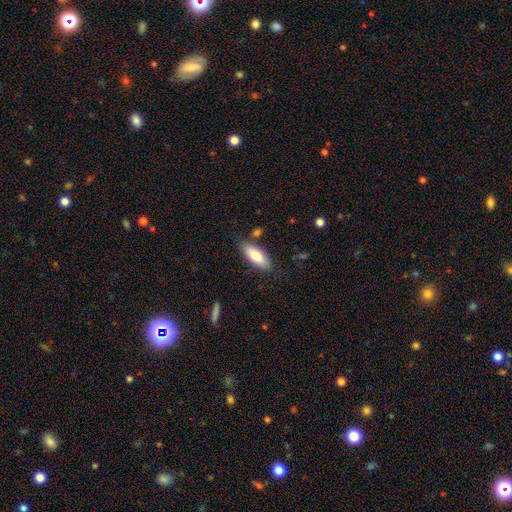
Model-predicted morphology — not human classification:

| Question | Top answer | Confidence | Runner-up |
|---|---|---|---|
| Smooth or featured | smooth | 81% | featured or disk (13%) |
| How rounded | in between | 75% | cigar-shaped (23%) |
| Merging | none | 80% | minor disturbance (13%) |